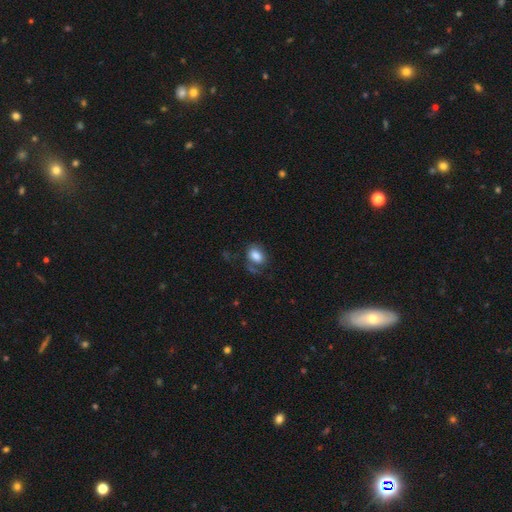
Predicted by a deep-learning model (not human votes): smooth-or-featured: smooth: 80% | featured or disk: 12% | star or artifact: 8%
  how-rounded: in between: 81% | round: 18% | cigar-shaped: 1%
  merging: none: 56% | minor disturbance: 24% | major disturbance: 16% | merger: 5%